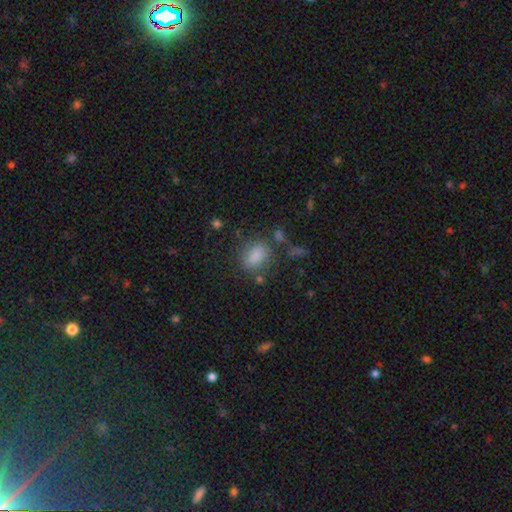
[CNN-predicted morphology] A smooth galaxy with no disk features (83%) that is in between round and cigar-shaped (74%).

Vote fractions:
- Smooth or featured? smooth: 83% / star or artifact: 11% / featured or disk: 6%
- How rounded? in between: 74% / round: 24% / cigar-shaped: 3%
- Merging? none: 68% / minor disturbance: 17% / major disturbance: 8% / merger: 7%